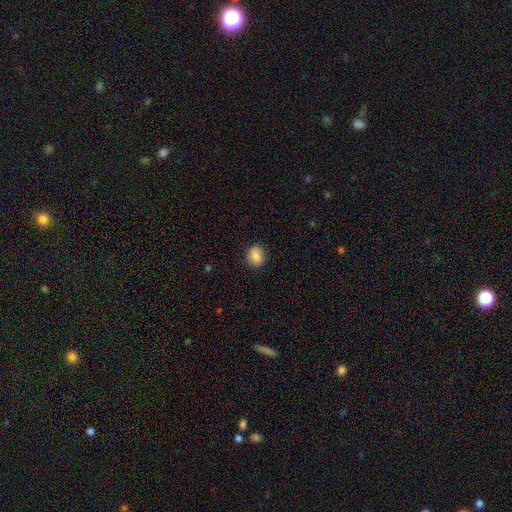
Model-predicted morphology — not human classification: smooth_or_featured: smooth (p=0.82) [alt: featured or disk p=0.09]
how_rounded: round (p=0.63) [alt: in between p=0.36]
merging: none (p=0.87) [alt: minor disturbance p=0.10]